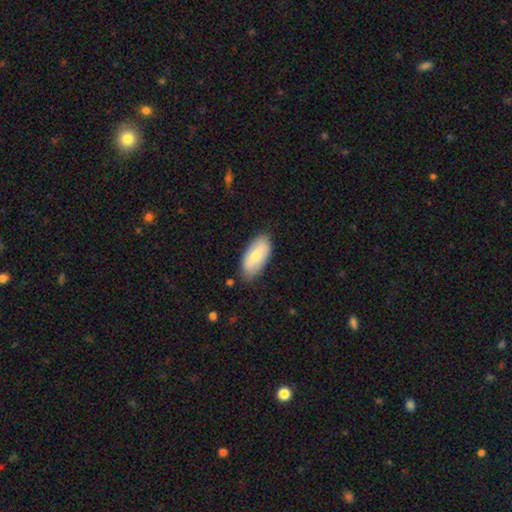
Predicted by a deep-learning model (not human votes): A smooth galaxy with no disk features (70%) that is in between round and cigar-shaped (90%).

Vote fractions:
- Smooth or featured? smooth: 70% / featured or disk: 24% / star or artifact: 6%
- How rounded? in between: 90% / cigar-shaped: 7% / round: 2%
- Merging? none: 78% / minor disturbance: 17% / major disturbance: 3% / merger: 2%